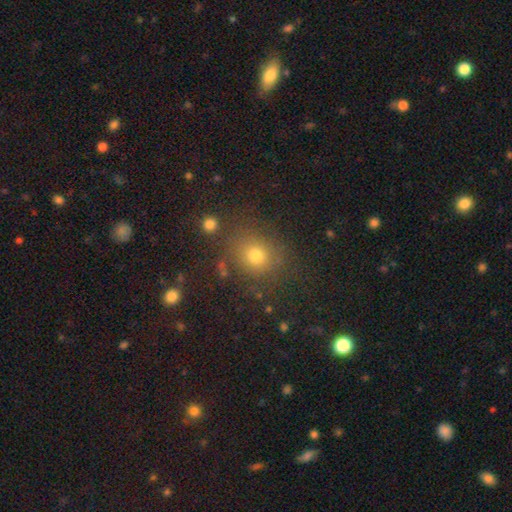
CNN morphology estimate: Smooth or featured? smooth (73%)
How rounded? round (80%)
Merging? none (81%)